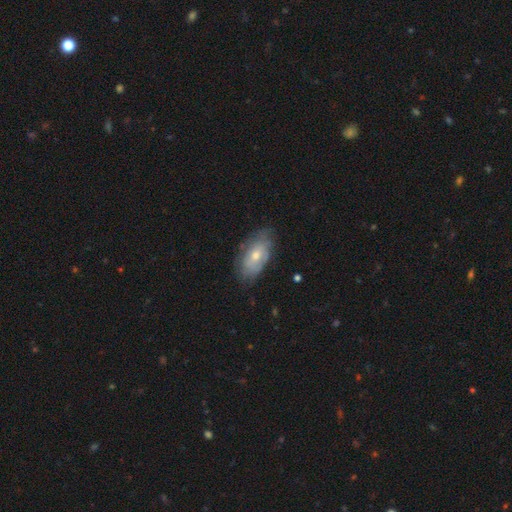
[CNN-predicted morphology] This is possibly a smooth galaxy (49%). Merging: likely none (68%).